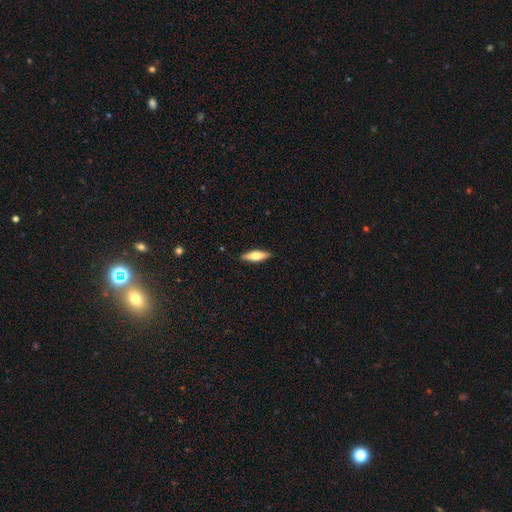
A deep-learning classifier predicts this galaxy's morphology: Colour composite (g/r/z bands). It shows a smooth galaxy with no disk features (59%) that is cigar-shaped (53%). Merging: none (89%).